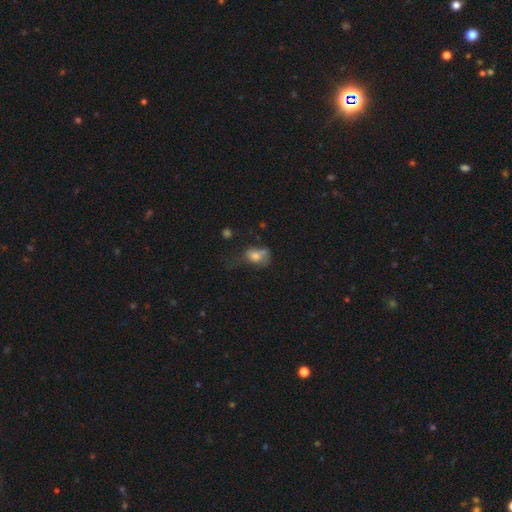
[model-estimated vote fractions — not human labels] This is likely a smooth galaxy (63%). How rounded: likely in between (69%). Merging: marginally major disturbance (40%).